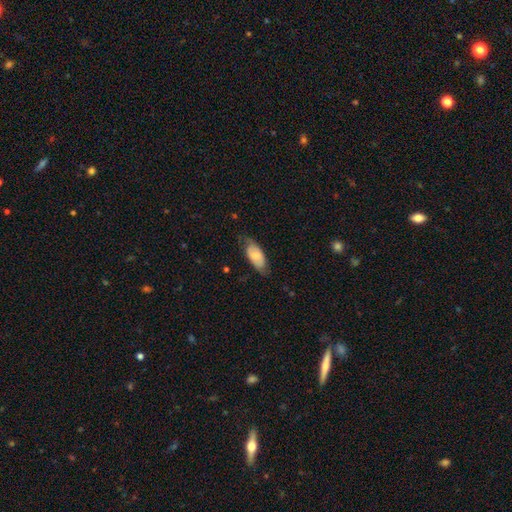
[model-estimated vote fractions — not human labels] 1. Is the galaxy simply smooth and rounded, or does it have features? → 68% smooth, 26% featured or disk, 6% star or artifact.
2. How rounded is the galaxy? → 87% in between, 11% cigar-shaped, 2% round.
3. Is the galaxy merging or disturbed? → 68% none, 24% minor disturbance, 6% major disturbance, 1% merger.